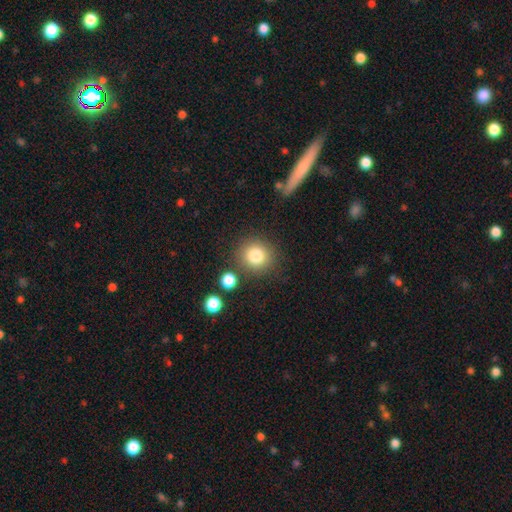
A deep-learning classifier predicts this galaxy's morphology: This is clearly a smooth galaxy (81%). How rounded: clearly round (89%). Merging: clearly none (82%).